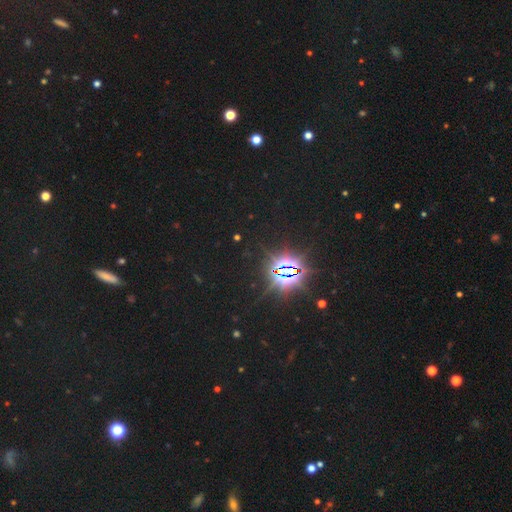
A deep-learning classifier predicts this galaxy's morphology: A star or artifact, not a galaxy (76%).

Vote fractions:
- Smooth or featured? star or artifact: 76% / smooth: 18% / featured or disk: 6%